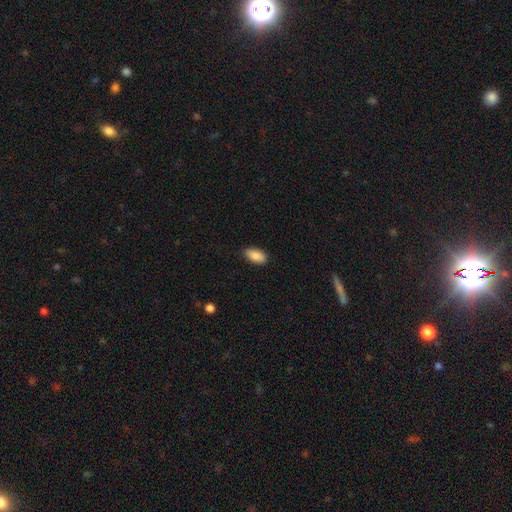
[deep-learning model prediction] A smooth galaxy with no disk features (89%) that is in between round and cigar-shaped (93%). Merging: none (86%).